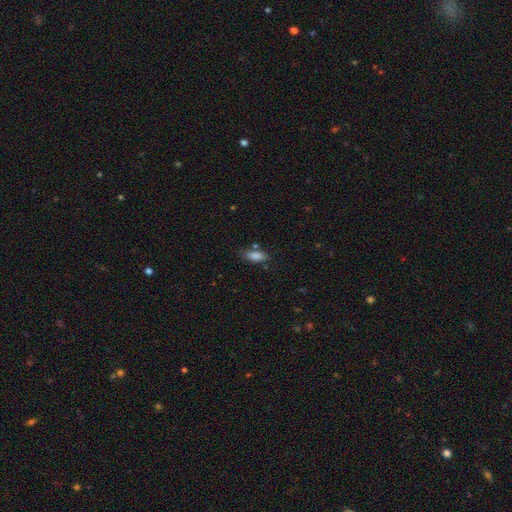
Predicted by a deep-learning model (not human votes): Overall: smooth (85%). How rounded: in between (77%). Merging: none (72%).